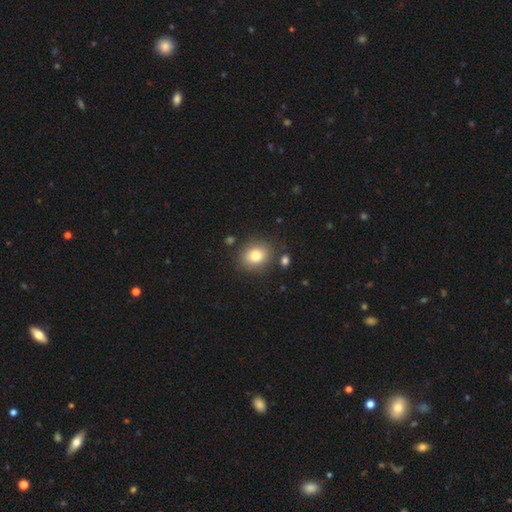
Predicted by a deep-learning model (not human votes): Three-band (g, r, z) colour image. It shows a smooth galaxy with no disk features (80%) that is round (62%). Merging: none (83%).